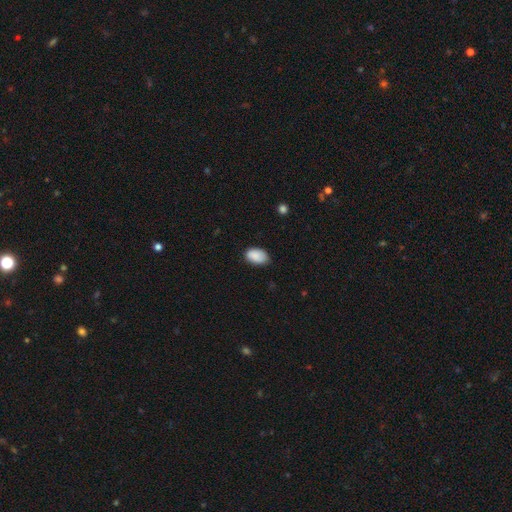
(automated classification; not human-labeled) Morphology: type=smooth (88%); roundness=in between (91%); merging=none (73%).